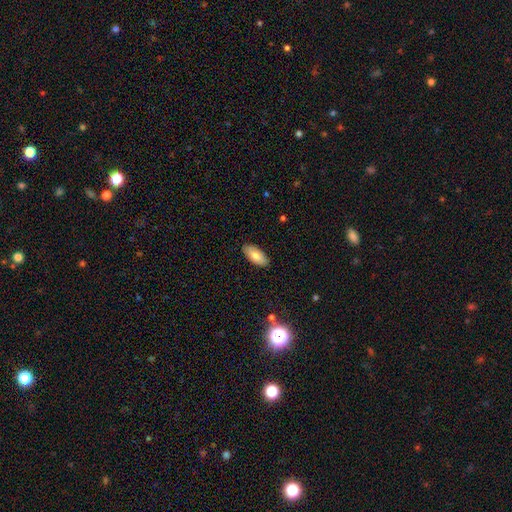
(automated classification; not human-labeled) The model was most divided on "smooth or featured": smooth: 80%, featured or disk: 13%, star or artifact: 7%. More confident: how rounded — in between (91%); merging — none (88%).